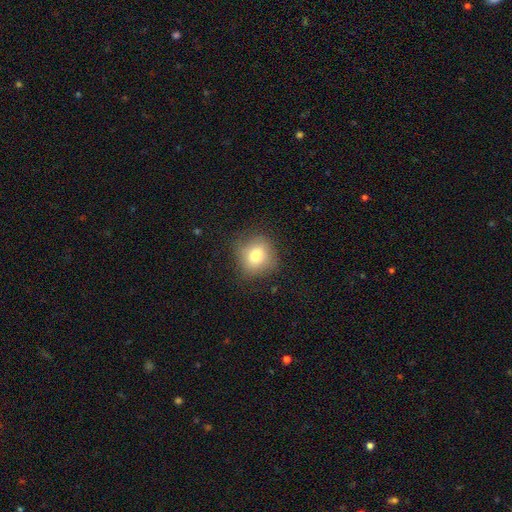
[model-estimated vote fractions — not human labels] smooth-or-featured: smooth: 79% | featured or disk: 12% | star or artifact: 9%
  how-rounded: round: 77% | in between: 22% | cigar-shaped: 1%
  merging: none: 73% | minor disturbance: 19% | major disturbance: 6% | merger: 1%